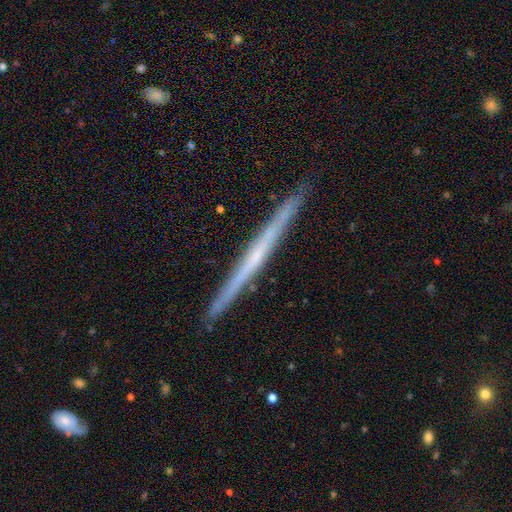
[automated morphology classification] smooth_or_featured: featured or disk (p=0.69) [alt: smooth p=0.25]
disk_edge_on: yes (p=0.98) [alt: no p=0.02]
edge_on_bulge: none (p=0.76) [alt: rounded p=0.19]
merging: none (p=0.92) [alt: minor disturbance p=0.06]